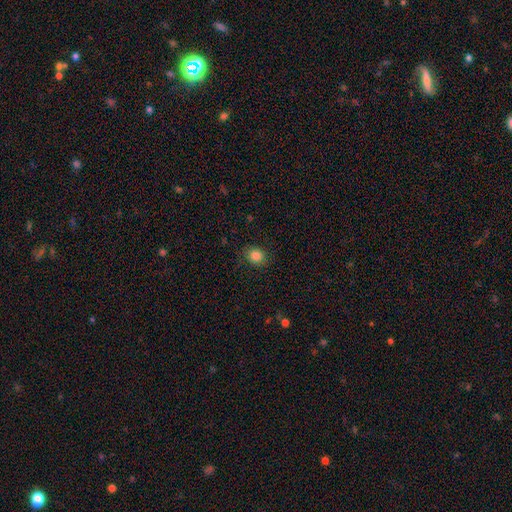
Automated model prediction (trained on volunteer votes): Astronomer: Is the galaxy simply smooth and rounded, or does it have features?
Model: smooth — 84%.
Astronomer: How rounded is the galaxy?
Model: round — 69%.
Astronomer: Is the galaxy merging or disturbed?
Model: none — 85%.